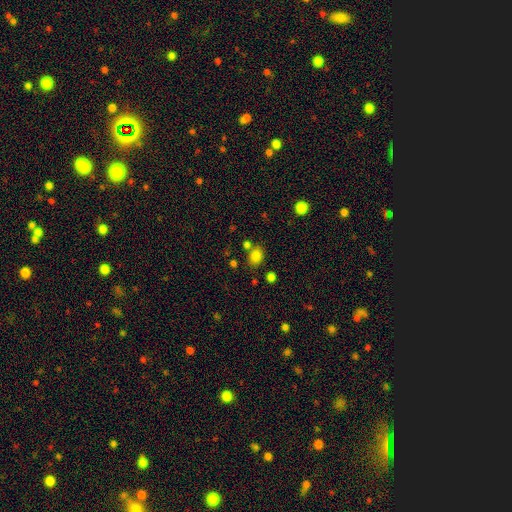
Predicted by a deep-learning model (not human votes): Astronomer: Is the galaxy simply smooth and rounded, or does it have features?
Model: smooth — 81%.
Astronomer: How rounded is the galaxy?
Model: in between — 55% (runner-up: round, 44%).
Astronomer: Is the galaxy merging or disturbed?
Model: none — 70%.